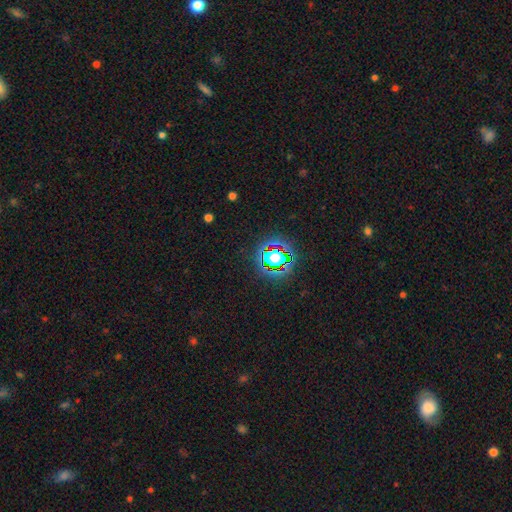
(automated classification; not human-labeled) This is likely a star or artifact rather than a galaxy (80%).